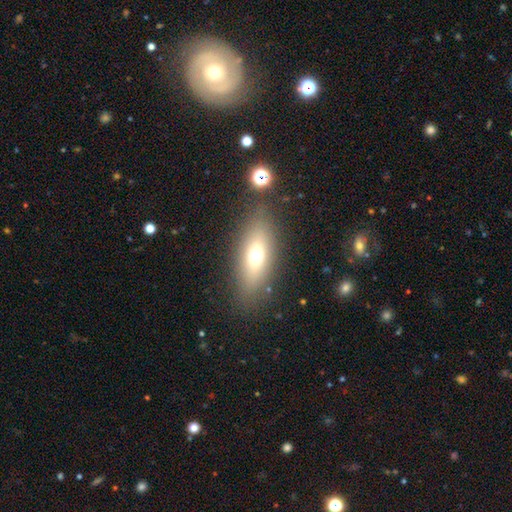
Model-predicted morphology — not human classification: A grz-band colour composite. It shows a smooth galaxy with no disk features (63%) that is in between round and cigar-shaped (68%). Merging: none (81%).